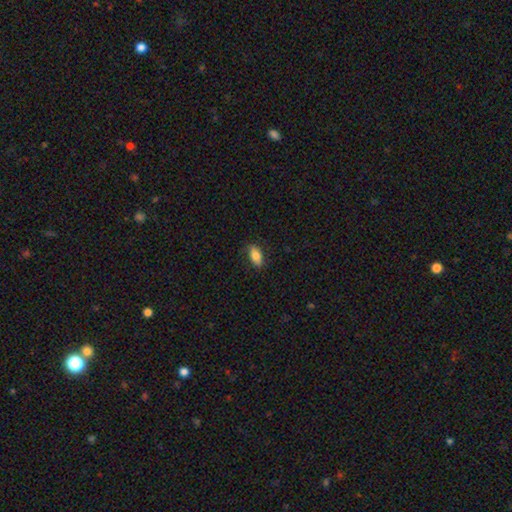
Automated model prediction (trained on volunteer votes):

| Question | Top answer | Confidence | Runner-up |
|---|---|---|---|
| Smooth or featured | smooth | 80% | featured or disk (13%) |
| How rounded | in between | 87% | cigar-shaped (9%) |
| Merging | none | 81% | minor disturbance (15%) |